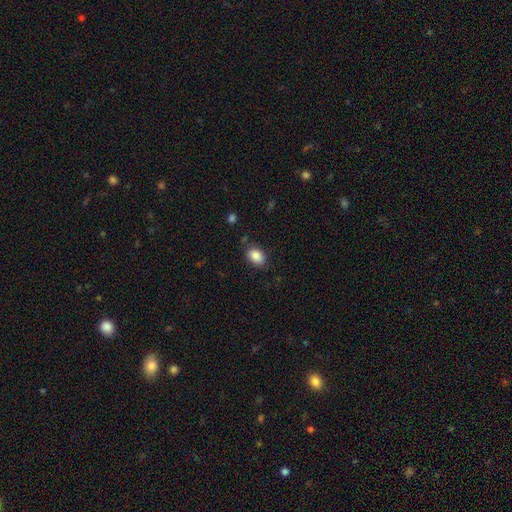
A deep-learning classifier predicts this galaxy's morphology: smooth 87%, star or artifact 8%, featured or disk 5%. Down the decision tree: how rounded — in between (83%); merging — none (82%).